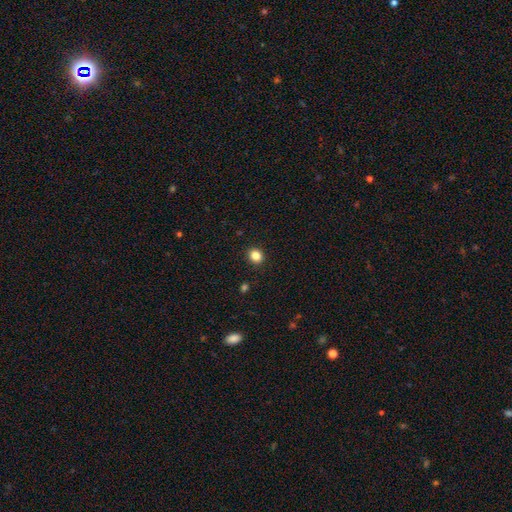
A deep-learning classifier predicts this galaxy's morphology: Smooth or featured: smooth — 84% (star or artifact — 11%)
How rounded: round — 69% (in between — 30%)
Merging: none — 91% (minor disturbance — 6%)